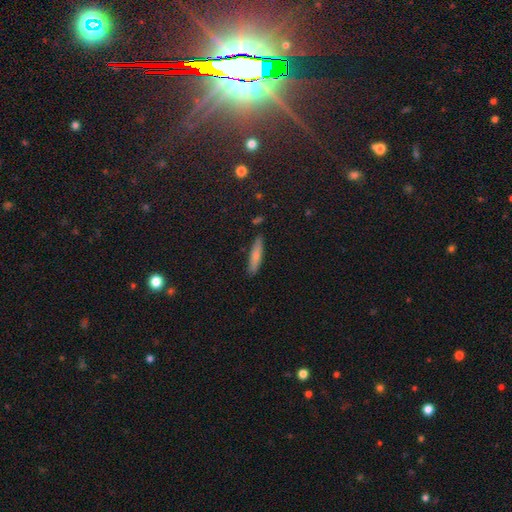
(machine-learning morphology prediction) Smooth or featured? Predicted: smooth (p=0.74). How rounded? Predicted: cigar-shaped (p=0.82). Merging? Predicted: none (p=0.86).